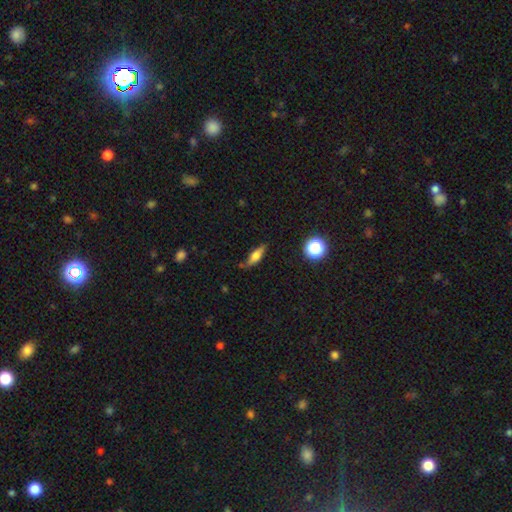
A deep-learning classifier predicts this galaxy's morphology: Smooth or featured: smooth — 54% (featured or disk — 36%)
How rounded: cigar-shaped — 48% (in between — 46%)
Merging: none — 74% (minor disturbance — 20%)